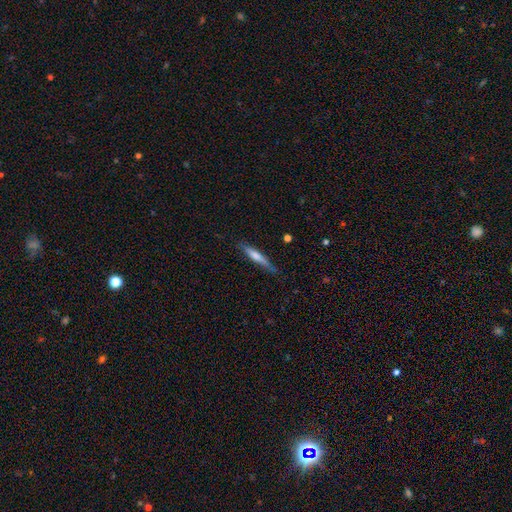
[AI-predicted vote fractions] smooth_or_featured: smooth (p=0.53) [alt: featured or disk p=0.40]
how_rounded: cigar-shaped (p=0.93) [alt: in between p=0.06]
merging: none (p=0.78) [alt: minor disturbance p=0.18]